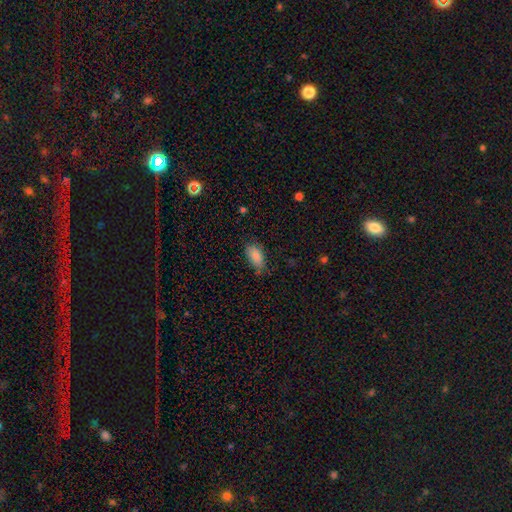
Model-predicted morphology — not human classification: A smooth galaxy with no disk features (85%) that is in between round and cigar-shaped (92%).

Vote fractions:
- Smooth or featured? smooth: 85% / star or artifact: 8% / featured or disk: 7%
- How rounded? in between: 92% / cigar-shaped: 4% / round: 4%
- Merging? none: 66% / minor disturbance: 27% / major disturbance: 6% / merger: 2%